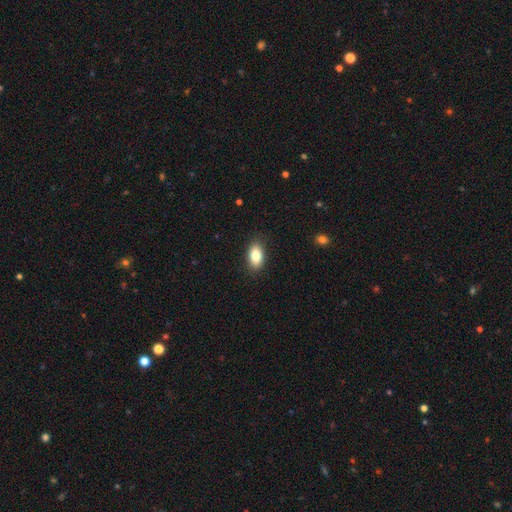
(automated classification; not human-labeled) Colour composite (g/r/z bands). It shows a smooth galaxy with no disk features (82%) that is in between round and cigar-shaped (90%). Merging: none (87%).